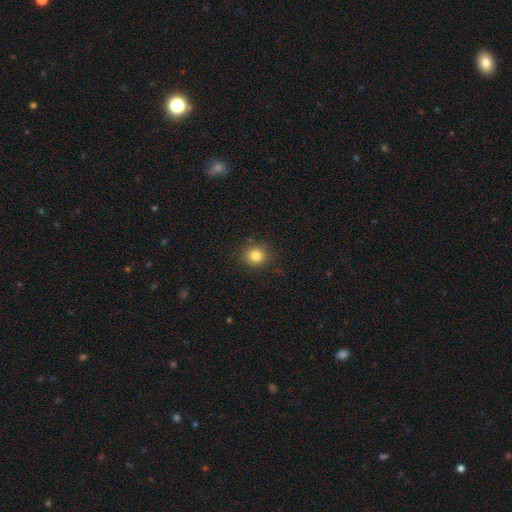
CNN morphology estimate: smooth_or_featured: smooth (p=0.82) [alt: star or artifact p=0.12]
how_rounded: round (p=0.85) [alt: in between p=0.14]
merging: none (p=0.86) [alt: minor disturbance p=0.10]